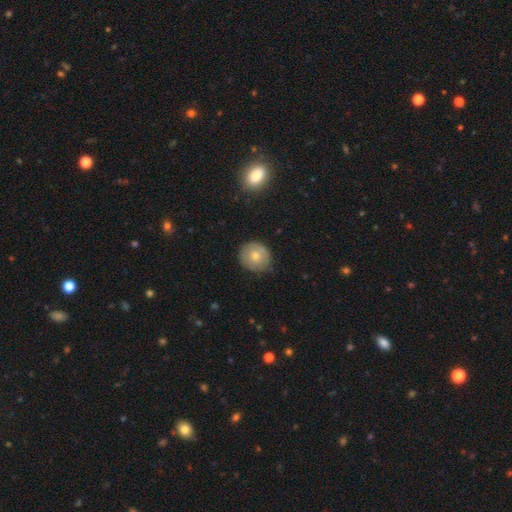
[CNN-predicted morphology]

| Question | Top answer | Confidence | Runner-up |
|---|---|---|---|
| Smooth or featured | smooth | 71% | featured or disk (20%) |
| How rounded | round | 89% | in between (10%) |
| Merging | none | 82% | minor disturbance (15%) |